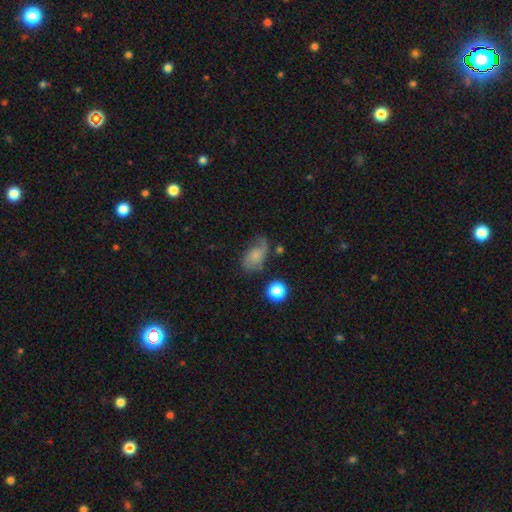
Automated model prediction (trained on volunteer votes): This appears to be a smooth galaxy with no disk features (49%). Merging: none (48%).